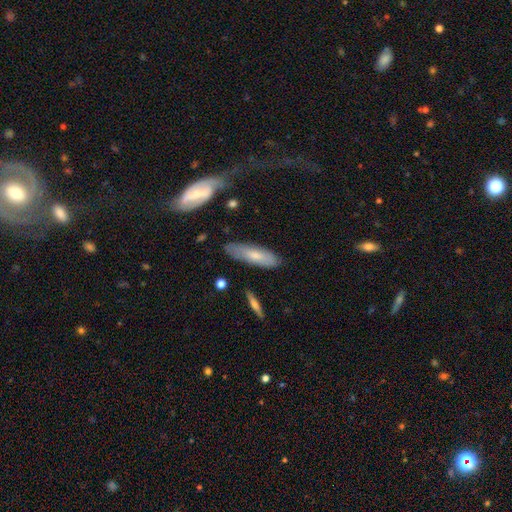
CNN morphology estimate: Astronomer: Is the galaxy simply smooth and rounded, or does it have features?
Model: smooth — 64%.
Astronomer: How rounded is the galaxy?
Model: cigar-shaped — 53% (runner-up: in between, 45%).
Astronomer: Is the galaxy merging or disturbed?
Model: none — 75%.